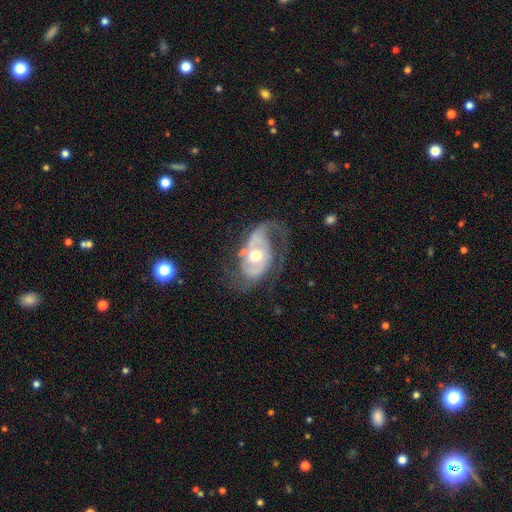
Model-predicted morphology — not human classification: featured or disk 84%, smooth 11%, star or artifact 5%. Down the decision tree: edge-on disk — no (96%); bar — no (63%); spiral arms — yes (88%); spiral arm count — 2 (63%); spiral winding — medium (43%); bulge size — moderate (74%); merging — none (47%).